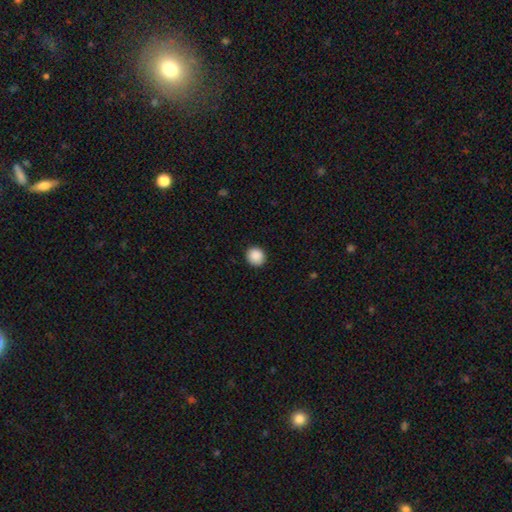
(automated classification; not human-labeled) Morphology: type=smooth (89%); roundness=round (87%); merging=none (91%).